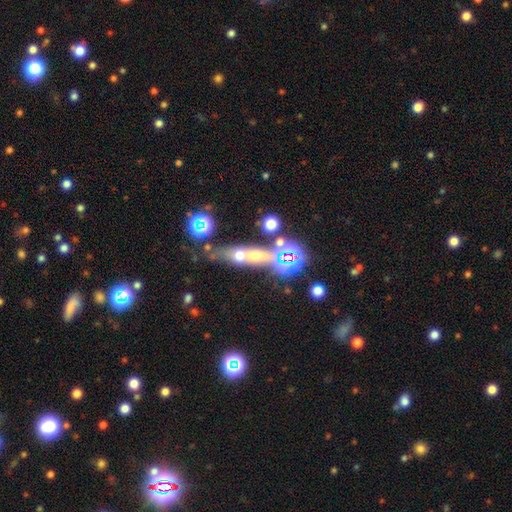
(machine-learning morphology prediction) type=featured or disk (37%); merging=none (49%).